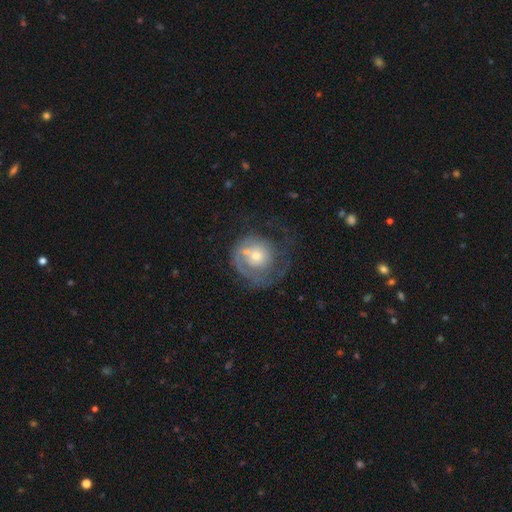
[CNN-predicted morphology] Smooth or featured? Predicted: featured or disk (p=0.69). Edge-on disk? Predicted: no (p=0.97). Bar? Predicted: no (p=0.78). Spiral arms? Predicted: yes (p=0.81). Spiral winding? Predicted: tight (p=0.54). Spiral arm count? Predicted: 1 (p=0.58). Bulge size? Predicted: small (p=0.47). Merging? Predicted: none (p=0.46).